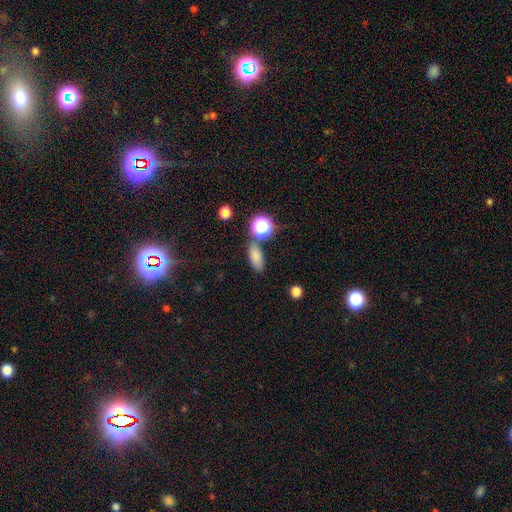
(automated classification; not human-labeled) Smooth or featured? smooth (78%)
How rounded? in between (75%)
Merging? none (75%)